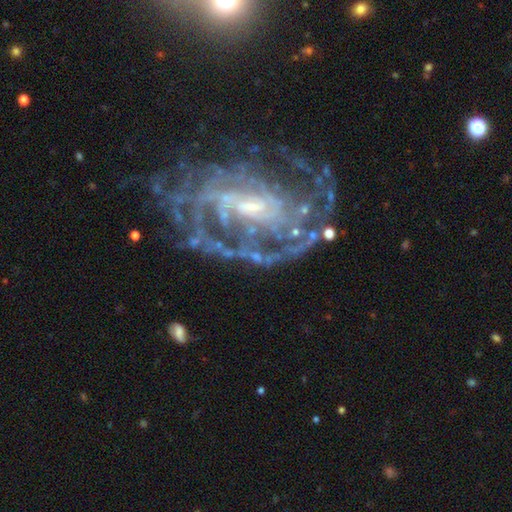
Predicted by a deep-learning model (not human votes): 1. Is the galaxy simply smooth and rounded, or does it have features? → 88% featured or disk, 7% star or artifact, 5% smooth.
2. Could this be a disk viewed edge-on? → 97% no, 3% yes.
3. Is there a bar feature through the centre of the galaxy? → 47% weak, 32% no, 21% strong.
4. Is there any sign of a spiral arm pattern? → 93% yes, 7% no.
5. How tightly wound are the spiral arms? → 57% tight, 33% medium, 10% loose.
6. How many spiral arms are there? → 36% can't tell, 21% 2, 16% 3, 11% 4, 8% more than 4, 8% 1.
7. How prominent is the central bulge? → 54% small, 34% moderate, 7% none, 4% large, 1% dominant.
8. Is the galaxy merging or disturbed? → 62% none, 19% minor disturbance, 17% major disturbance, 3% merger.